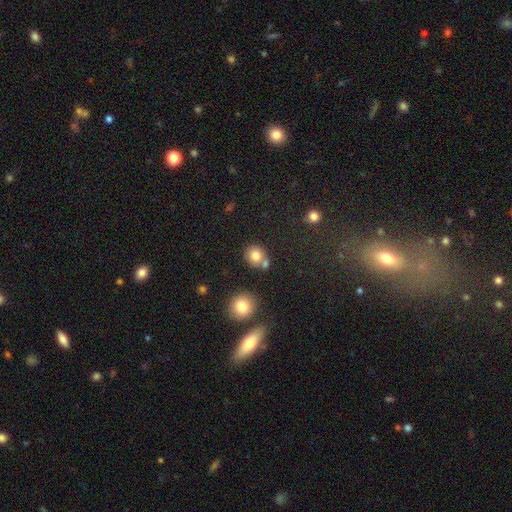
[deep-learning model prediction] smooth 80%, star or artifact 11%, featured or disk 8%. Down the decision tree: how rounded — round (78%); merging — none (61%).